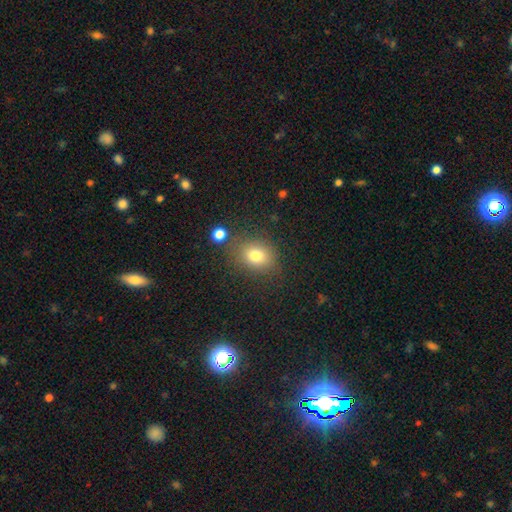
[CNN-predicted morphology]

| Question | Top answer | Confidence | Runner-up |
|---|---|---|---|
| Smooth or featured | smooth | 79% | star or artifact (12%) |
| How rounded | round | 53% | in between (46%) |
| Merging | none | 77% | minor disturbance (13%) |